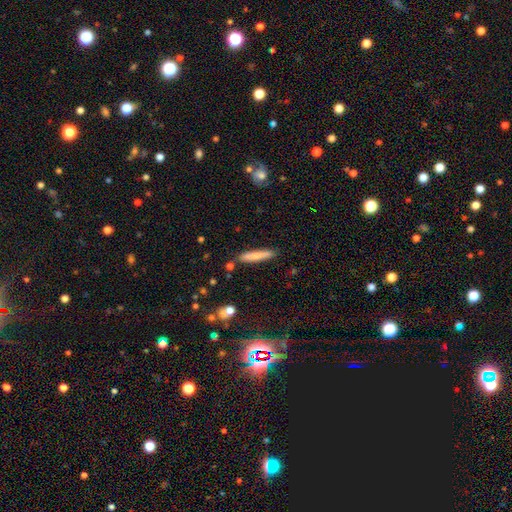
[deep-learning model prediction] A smooth galaxy with no disk features (76%) that is cigar-shaped (92%).

Vote fractions:
- Smooth or featured? smooth: 76% / featured or disk: 18% / star or artifact: 6%
- How rounded? cigar-shaped: 92% / in between: 7% / round: 1%
- Merging? none: 86% / minor disturbance: 9% / merger: 3% / major disturbance: 2%